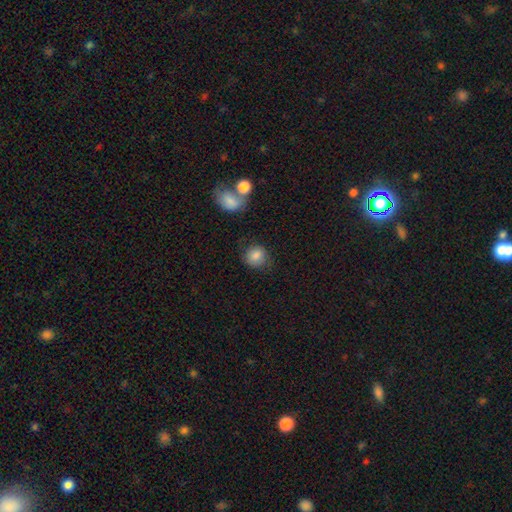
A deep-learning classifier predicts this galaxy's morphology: Smooth or featured: smooth — 85% (star or artifact — 8%)
How rounded: round — 77% (in between — 22%)
Merging: none — 70% (minor disturbance — 19%)